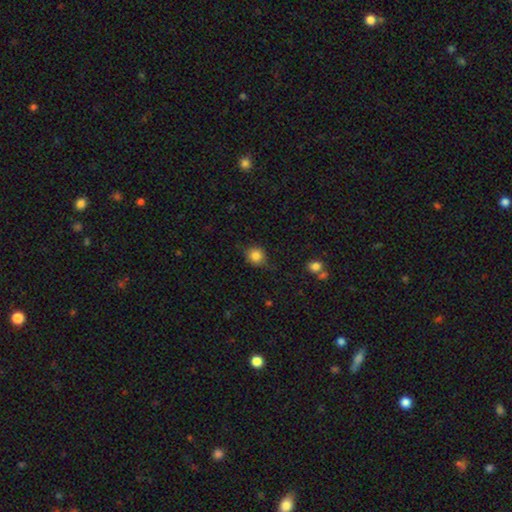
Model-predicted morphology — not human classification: The model was most divided on "merging": none: 74%, minor disturbance: 20%, major disturbance: 4%, merger: 2%. More confident: smooth or featured — smooth (83%); how rounded — round (82%).